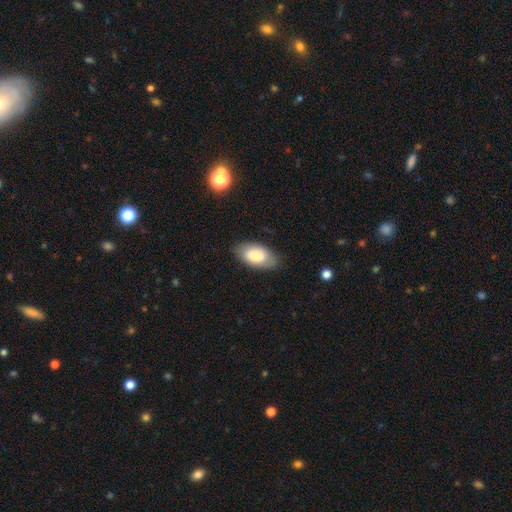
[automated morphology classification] Q: Smooth or featured?
A: smooth (76%); runner-up: featured or disk (17%)
Q: How rounded?
A: in between (94%); runner-up: round (4%)
Q: Merging?
A: none (82%); runner-up: minor disturbance (13%)